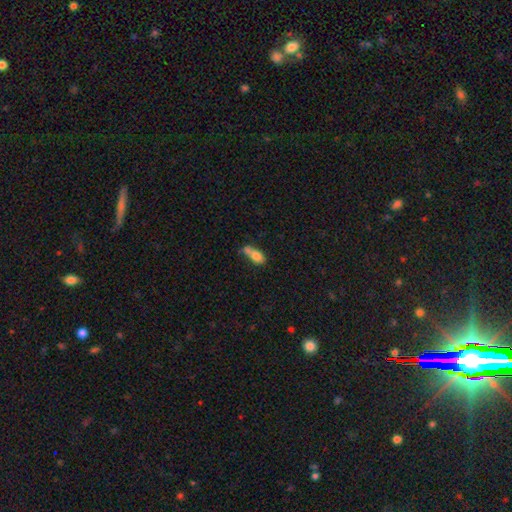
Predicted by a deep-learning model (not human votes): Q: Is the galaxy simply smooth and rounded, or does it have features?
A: smooth — 76%.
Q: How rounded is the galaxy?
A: in between — 79%.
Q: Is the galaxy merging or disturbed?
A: merger — 49%.